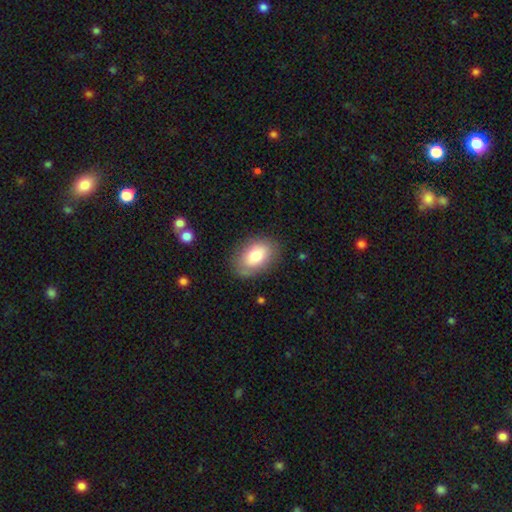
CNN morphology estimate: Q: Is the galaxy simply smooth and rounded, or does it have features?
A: smooth — 77%.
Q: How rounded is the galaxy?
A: in between — 88%.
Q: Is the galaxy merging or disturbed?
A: none — 80%.